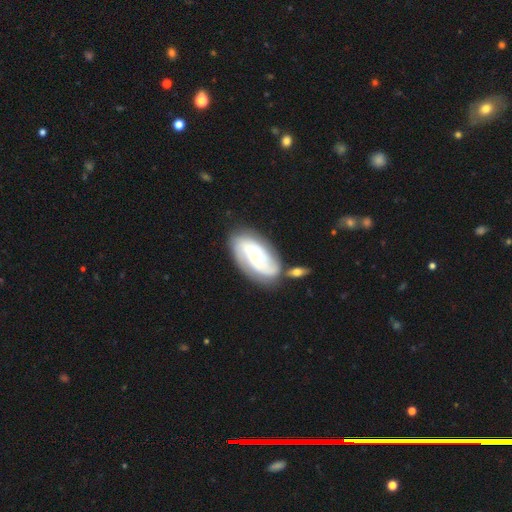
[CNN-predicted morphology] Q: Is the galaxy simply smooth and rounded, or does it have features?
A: featured or disk — 78%.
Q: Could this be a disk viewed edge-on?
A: no — 96%.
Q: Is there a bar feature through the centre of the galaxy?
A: no — 54%.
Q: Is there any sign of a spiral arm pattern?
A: yes — 94%.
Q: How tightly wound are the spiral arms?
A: tight — 47%.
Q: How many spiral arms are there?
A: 2 — 61%.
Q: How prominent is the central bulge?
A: small — 46%.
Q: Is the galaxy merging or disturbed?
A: none — 66%.